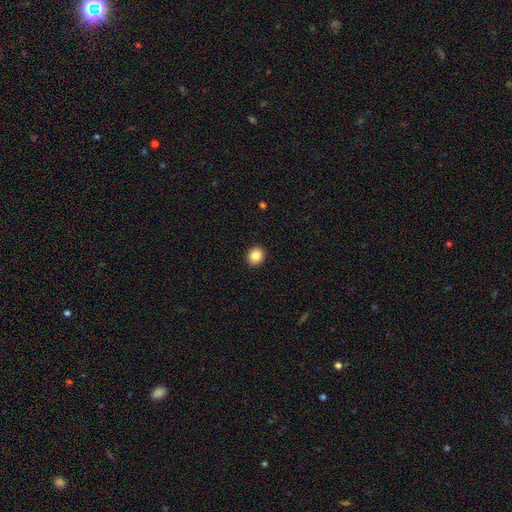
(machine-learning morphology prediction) smooth-or-featured: smooth: 86% | star or artifact: 9% | featured or disk: 5%
  how-rounded: round: 78% | in between: 22% | cigar-shaped: 1%
  merging: none: 93% | minor disturbance: 5% | major disturbance: 2% | merger: 1%